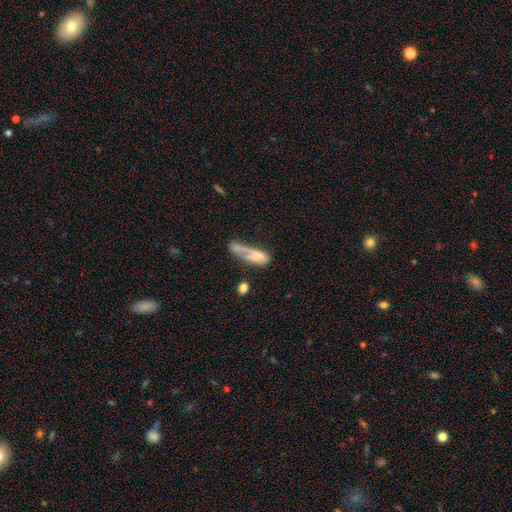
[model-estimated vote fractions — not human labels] Smooth or featured? smooth (60%)
How rounded? cigar-shaped (49%)
Merging? major disturbance (34%)